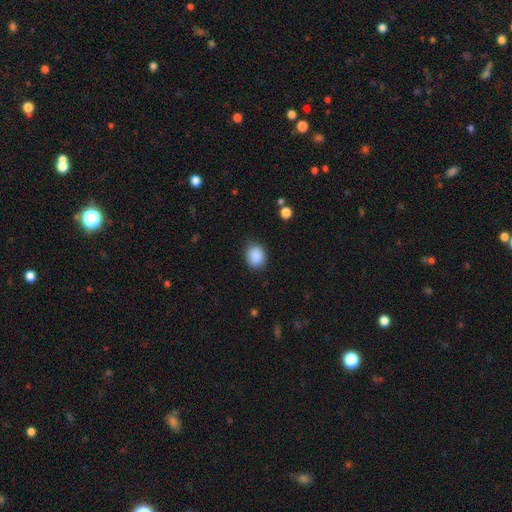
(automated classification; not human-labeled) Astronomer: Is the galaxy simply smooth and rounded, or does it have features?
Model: smooth — 89%.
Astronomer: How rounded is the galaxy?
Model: round — 59% (runner-up: in between, 40%).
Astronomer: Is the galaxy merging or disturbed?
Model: none — 86%.